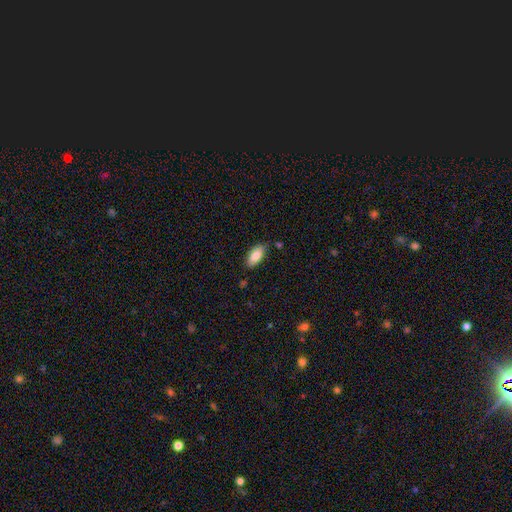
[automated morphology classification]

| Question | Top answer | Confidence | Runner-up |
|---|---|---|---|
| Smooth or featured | smooth | 83% | featured or disk (10%) |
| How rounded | in between | 88% | cigar-shaped (10%) |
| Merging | none | 80% | minor disturbance (15%) |